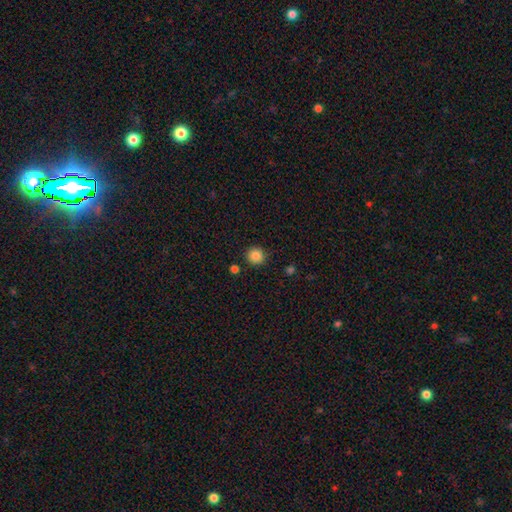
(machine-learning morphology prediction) smooth_or_featured: smooth (p=0.86) [alt: star or artifact p=0.10]
how_rounded: round (p=0.94) [alt: in between p=0.05]
merging: none (p=0.89) [alt: minor disturbance p=0.07]